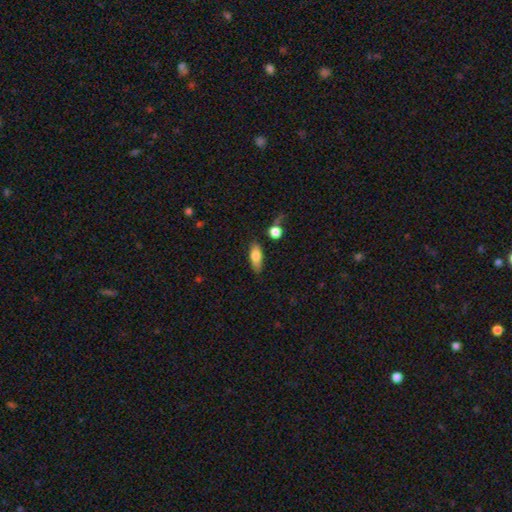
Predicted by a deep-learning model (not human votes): The model was most divided on "merging": none: 70%, minor disturbance: 19%, merger: 5%, major disturbance: 5%. More confident: smooth or featured — smooth (78%); how rounded — in between (78%).